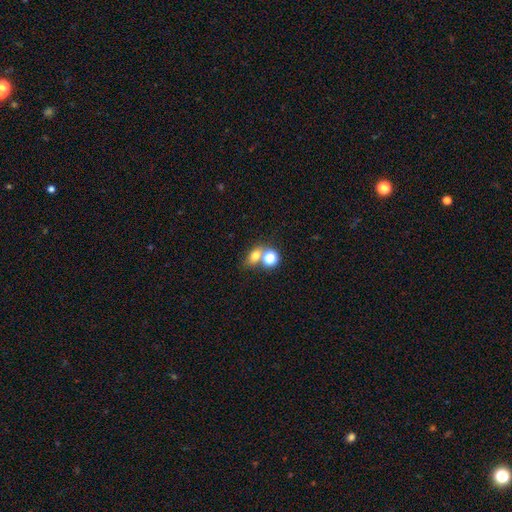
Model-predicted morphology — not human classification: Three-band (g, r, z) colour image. It shows a smooth galaxy with no disk features (71%) that is in between round and cigar-shaped (57%). Merging: none (51%).